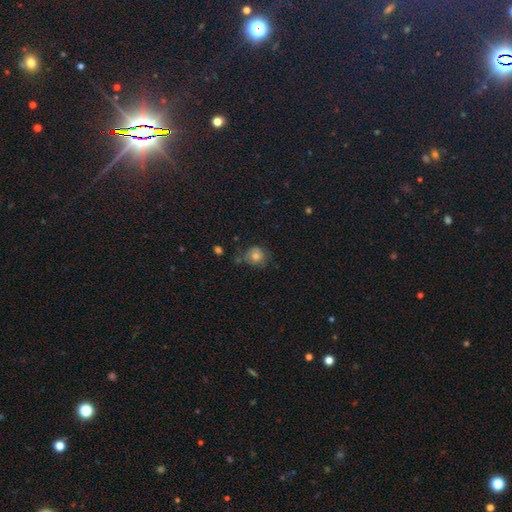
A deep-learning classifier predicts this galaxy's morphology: Smooth or featured? Predicted: smooth (p=0.71). How rounded? Predicted: round (p=0.78). Merging? Predicted: none (p=0.56).